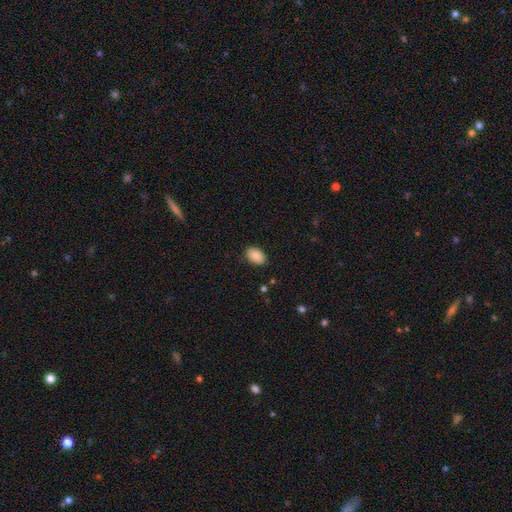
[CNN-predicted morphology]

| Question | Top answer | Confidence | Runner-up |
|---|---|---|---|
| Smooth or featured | smooth | 88% | star or artifact (7%) |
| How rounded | in between | 91% | round (8%) |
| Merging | none | 86% | minor disturbance (11%) |